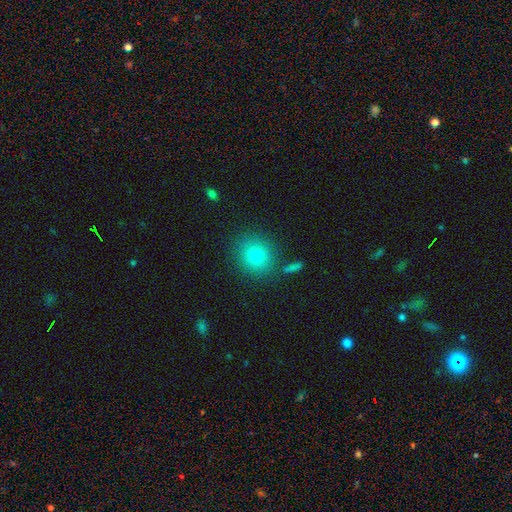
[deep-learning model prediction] Smooth or featured? Predicted: smooth (p=0.79). How rounded? Predicted: round (p=0.84). Merging? Predicted: none (p=0.83).